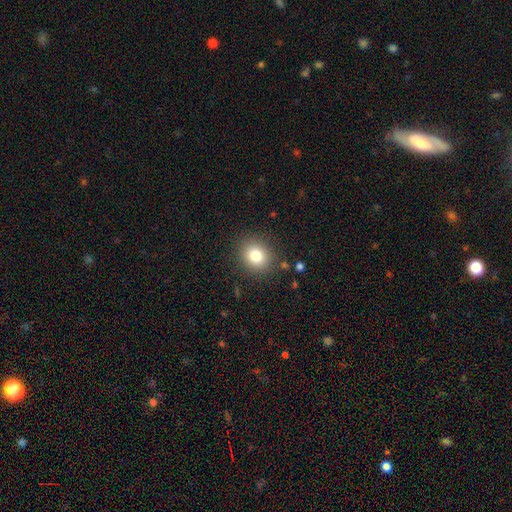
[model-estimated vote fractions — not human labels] smooth-or-featured: smooth: 80% | star or artifact: 12% | featured or disk: 8%
  how-rounded: round: 74% | in between: 26% | cigar-shaped: 1%
  merging: none: 87% | minor disturbance: 8% | major disturbance: 3% | merger: 2%